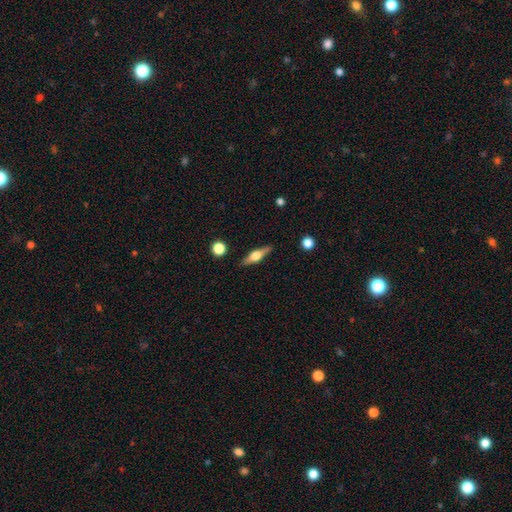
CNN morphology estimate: Smooth or featured? Predicted: featured or disk (p=0.67). Edge-on disk? Predicted: yes (p=0.96). Edge-on bulge? Predicted: rounded (p=0.93). Merging? Predicted: none (p=0.88).